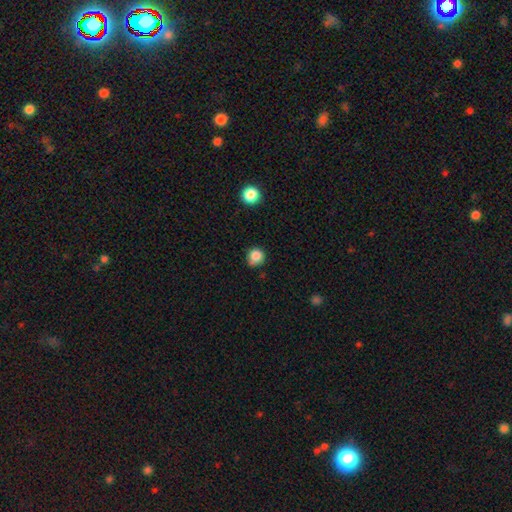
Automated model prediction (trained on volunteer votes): Smooth or featured?
  - smooth: 84% *
  - star or artifact: 11%
  - featured or disk: 5%
How rounded?
  - round: 90% *
  - in between: 9%
  - cigar-shaped: 1%
Merging?
  - none: 72% *
  - minor disturbance: 21%
  - major disturbance: 4%
  - merger: 3%